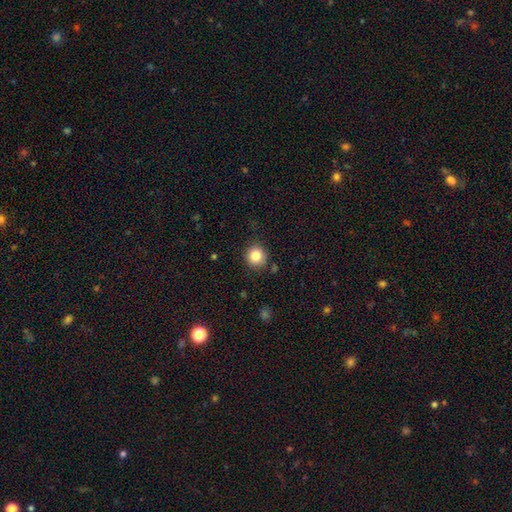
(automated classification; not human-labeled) Smooth or featured: smooth — 84% (star or artifact — 10%)
How rounded: round — 90% (in between — 9%)
Merging: none — 85% (minor disturbance — 10%)